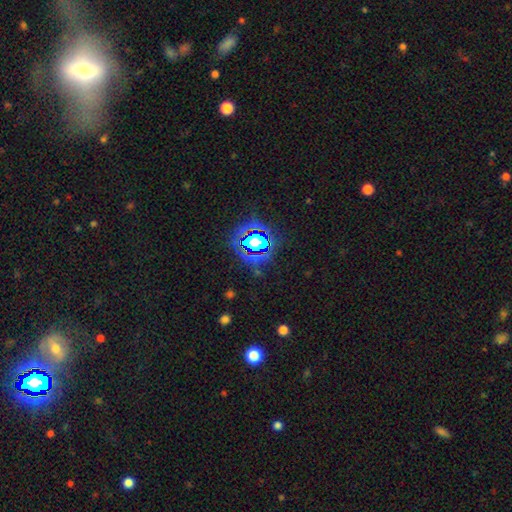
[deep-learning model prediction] Smooth or featured? Predicted: star or artifact (p=0.79).